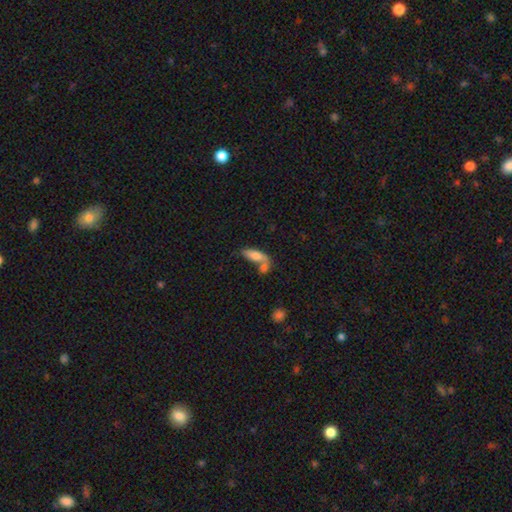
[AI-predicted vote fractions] smooth-or-featured: smooth: 74% | featured or disk: 18% | star or artifact: 8%
  how-rounded: in between: 71% | cigar-shaped: 26% | round: 3%
  merging: merger: 48% | none: 31% | minor disturbance: 13% | major disturbance: 8%